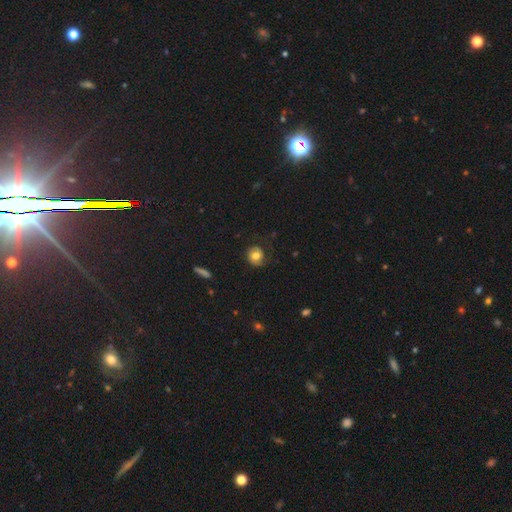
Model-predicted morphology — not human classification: Smooth or featured? smooth (64%)
How rounded? round (77%)
Merging? none (70%)